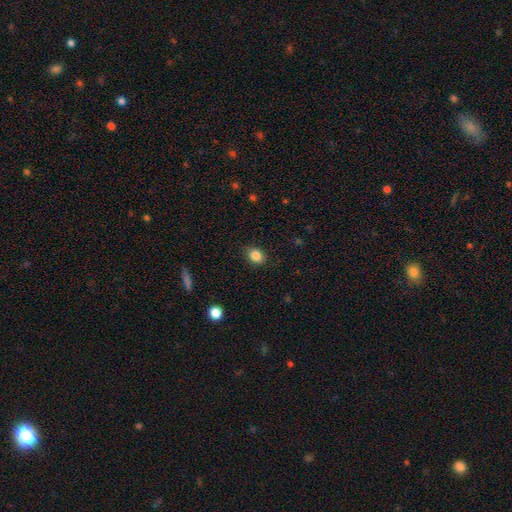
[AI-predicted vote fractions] Q: Smooth or featured?
A: smooth (85%); runner-up: star or artifact (10%)
Q: How rounded?
A: in between (52%); runner-up: round (47%)
Q: Merging?
A: none (86%); runner-up: minor disturbance (11%)